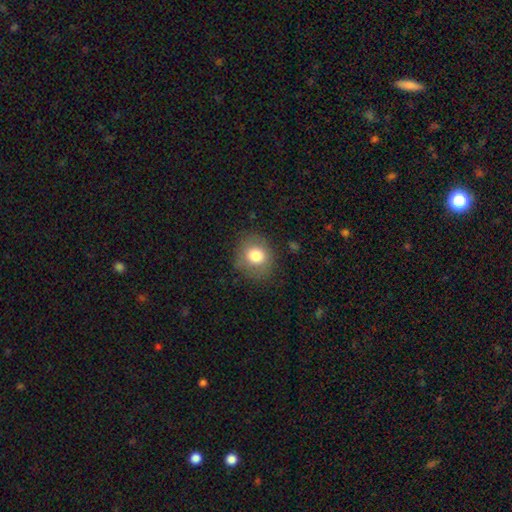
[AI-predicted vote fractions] Morphology: type=smooth (79%); roundness=round (78%); merging=none (79%).